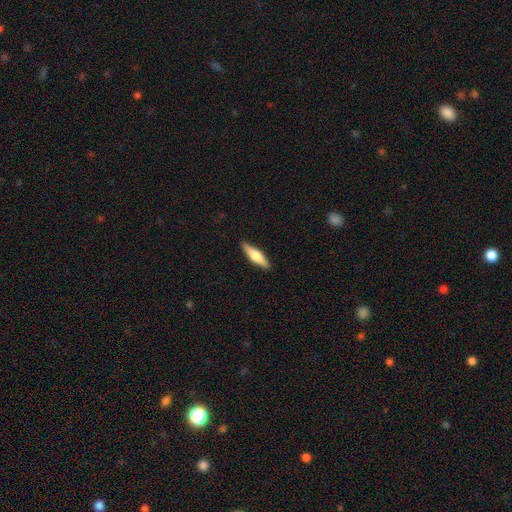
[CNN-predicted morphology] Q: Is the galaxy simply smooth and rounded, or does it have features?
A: smooth — 50%.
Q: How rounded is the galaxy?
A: cigar-shaped — 67%.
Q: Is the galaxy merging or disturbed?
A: none — 90%.